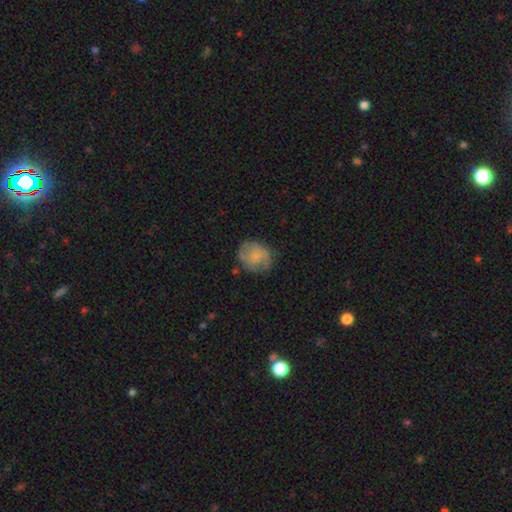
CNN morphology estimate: featured or disk 47%, smooth 45%, star or artifact 8%. Down the decision tree: merging — none (70%).